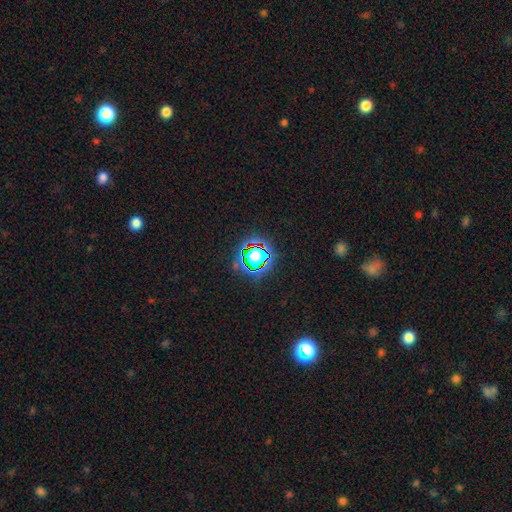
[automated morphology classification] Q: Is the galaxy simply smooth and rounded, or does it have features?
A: star or artifact — 58%.